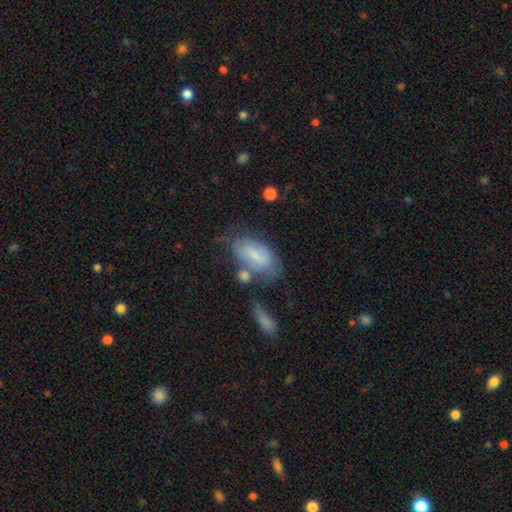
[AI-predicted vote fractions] Morphology: type=smooth (60%); roundness=in between (90%); merging=none (41%).